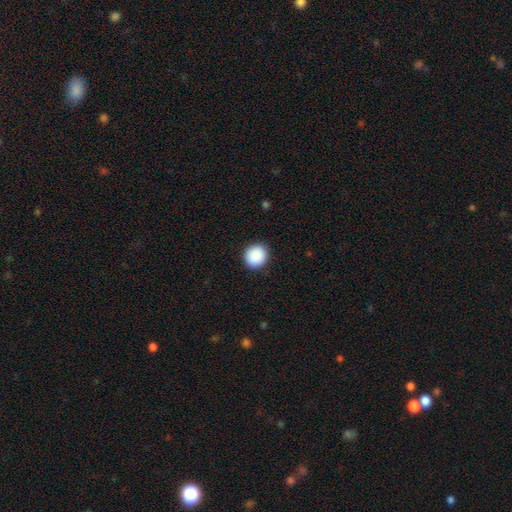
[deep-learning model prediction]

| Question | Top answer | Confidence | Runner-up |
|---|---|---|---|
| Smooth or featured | smooth | 90% | star or artifact (7%) |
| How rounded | round | 91% | in between (8%) |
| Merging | none | 92% | minor disturbance (6%) |